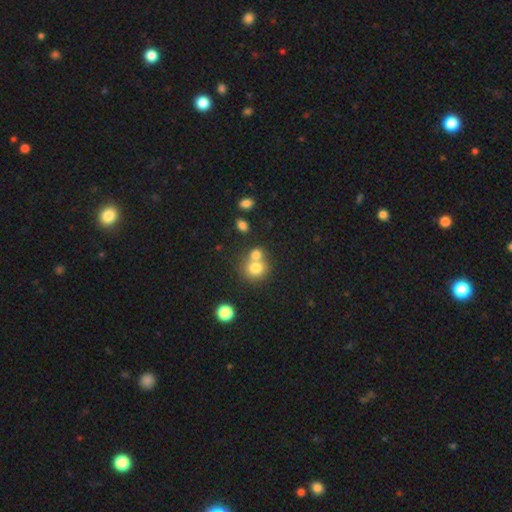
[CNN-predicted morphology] A smooth galaxy with no disk features (63%) that is round (87%). Merging: none (51%).